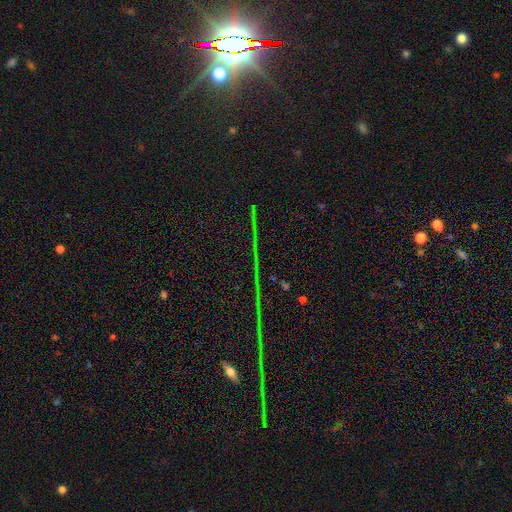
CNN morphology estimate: The model was most divided on "smooth or featured": star or artifact: 86%, featured or disk: 8%, smooth: 6%.